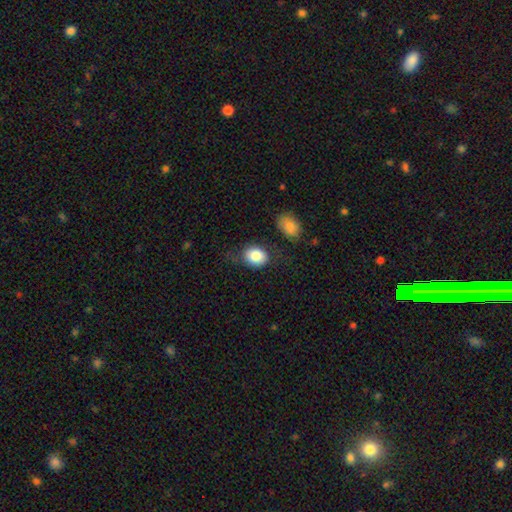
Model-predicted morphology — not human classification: This is clearly a smooth galaxy (84%). How rounded: possibly in between (56%). Merging: likely none (68%).